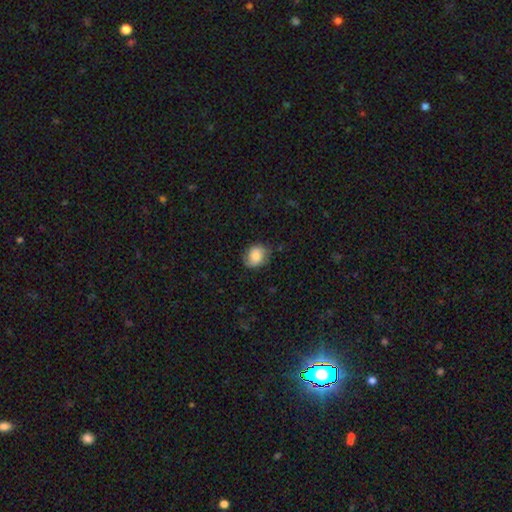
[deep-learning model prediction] Smooth or featured? Predicted: smooth (p=0.71). How rounded? Predicted: round (p=0.55). Merging? Predicted: none (p=0.73).